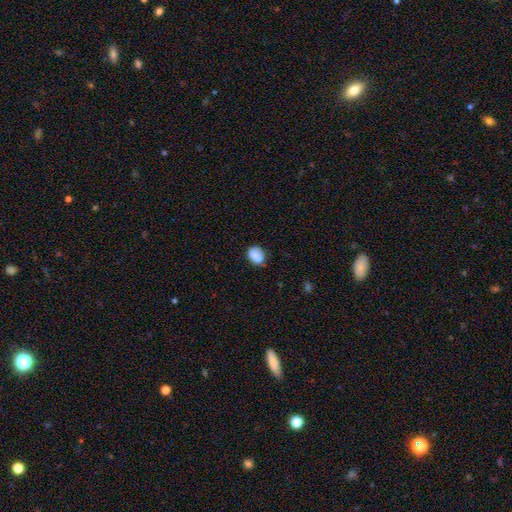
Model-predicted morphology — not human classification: Smooth or featured? smooth (84%)
How rounded? in between (59%)
Merging? none (70%)